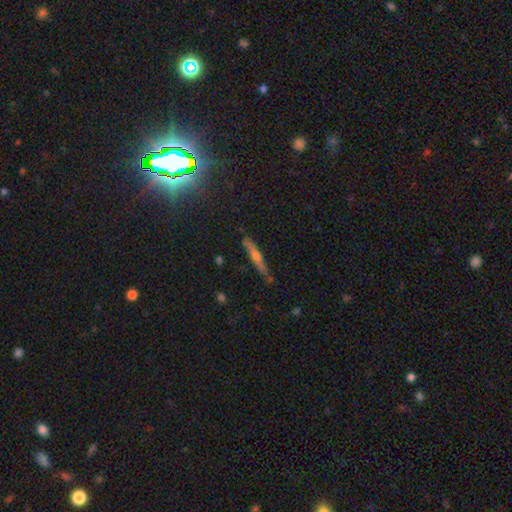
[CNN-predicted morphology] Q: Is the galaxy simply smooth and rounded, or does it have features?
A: featured or disk — 49%.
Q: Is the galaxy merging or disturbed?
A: none — 81%.